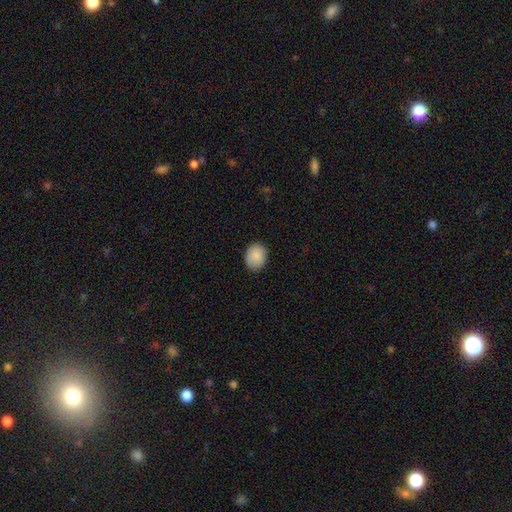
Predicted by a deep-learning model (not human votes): This appears to be a smooth galaxy with no disk features (88%) that is in between round and cigar-shaped (50%). Merging: none (84%).